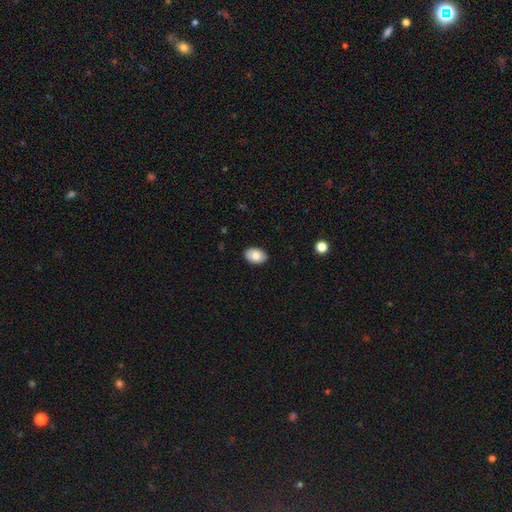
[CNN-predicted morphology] The model was most divided on "smooth or featured": smooth: 81%, featured or disk: 12%, star or artifact: 7%. More confident: merging — none (90%); how rounded — in between (87%).